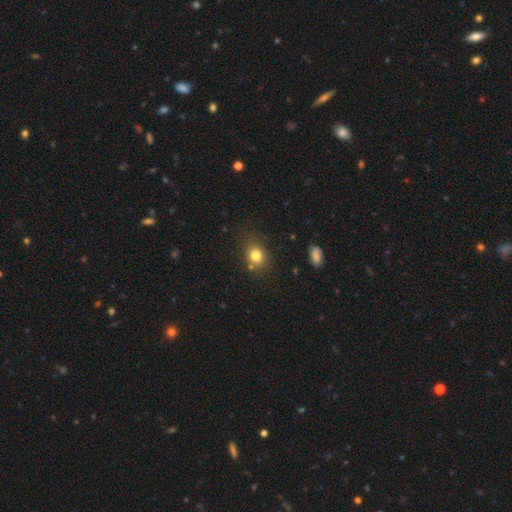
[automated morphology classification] Smooth or featured?
  - smooth: 79% *
  - star or artifact: 12%
  - featured or disk: 9%
How rounded?
  - round: 56% *
  - in between: 43%
  - cigar-shaped: 1%
Merging?
  - none: 73% *
  - minor disturbance: 16%
  - merger: 7%
  - major disturbance: 5%